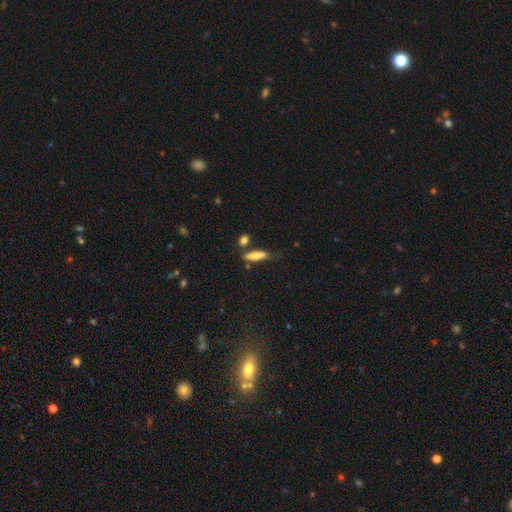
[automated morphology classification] Smooth or featured? Predicted: smooth (p=0.77). How rounded? Predicted: cigar-shaped (p=0.66). Merging? Predicted: none (p=0.61).